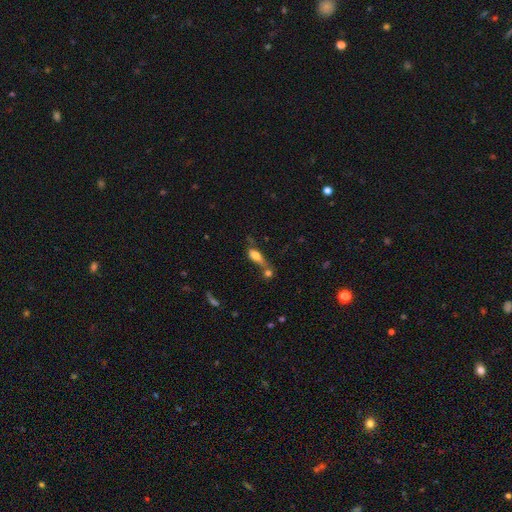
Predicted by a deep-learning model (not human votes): smooth-or-featured: smooth: 68% | featured or disk: 22% | star or artifact: 10%
  how-rounded: in between: 70% | cigar-shaped: 23% | round: 7%
  merging: merger: 42% | none: 30% | minor disturbance: 16% | major disturbance: 12%